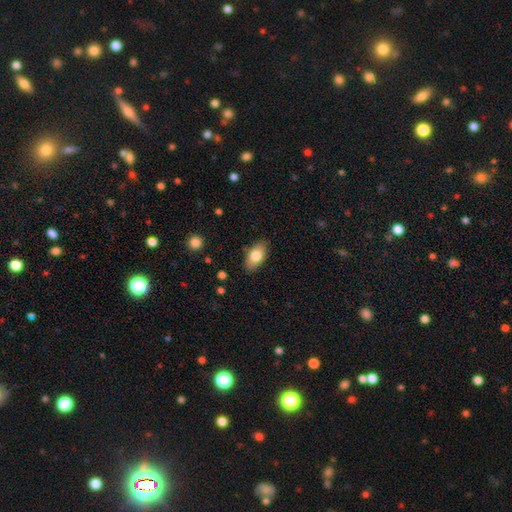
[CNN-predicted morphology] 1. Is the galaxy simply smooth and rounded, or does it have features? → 79% smooth, 14% featured or disk, 7% star or artifact.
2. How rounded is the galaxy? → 92% in between, 6% round, 3% cigar-shaped.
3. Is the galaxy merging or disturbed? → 85% none, 12% minor disturbance, 3% major disturbance, 1% merger.